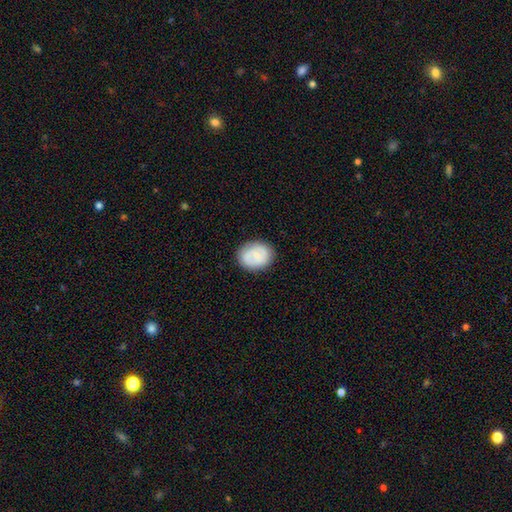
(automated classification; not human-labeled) Overall: smooth (63%; featured or disk 30%). How rounded: round (60%; in between 39%). Merging: none (86%).